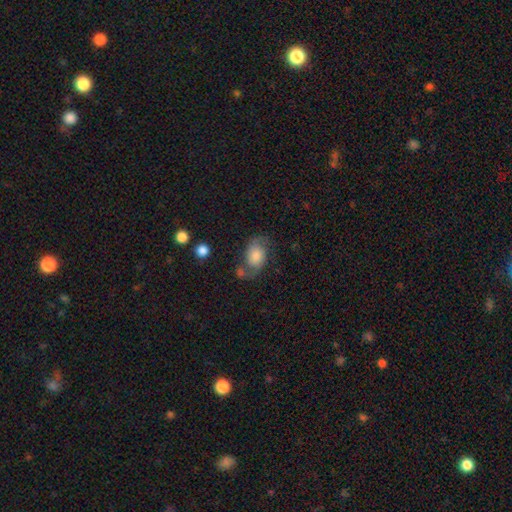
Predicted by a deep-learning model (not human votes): A featured or disk galaxy (46%). Merging: none (51%).